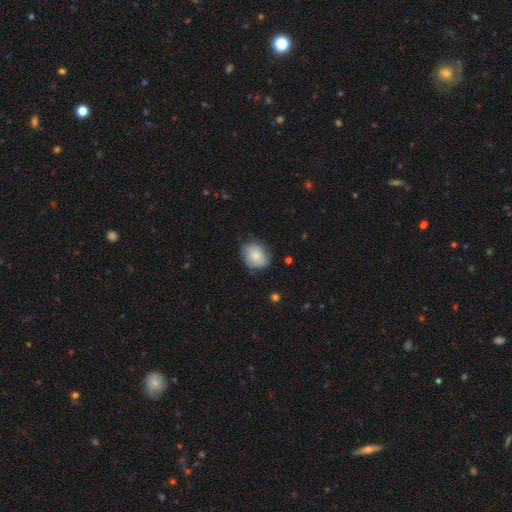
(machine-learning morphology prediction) smooth_or_featured: smooth (p=0.75) [alt: featured or disk p=0.18]
how_rounded: in between (p=0.50) [alt: round p=0.49]
merging: none (p=0.68) [alt: minor disturbance p=0.25]